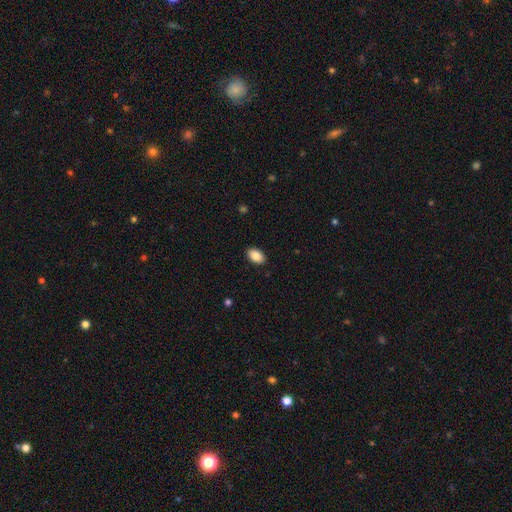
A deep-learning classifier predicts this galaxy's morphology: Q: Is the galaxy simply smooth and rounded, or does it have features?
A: smooth — 88%.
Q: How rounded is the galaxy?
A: in between — 90%.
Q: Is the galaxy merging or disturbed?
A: none — 89%.